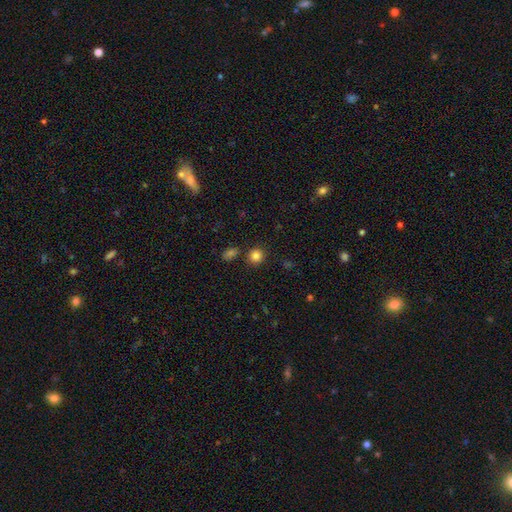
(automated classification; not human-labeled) Smooth or featured?
  - smooth: 84% *
  - star or artifact: 11%
  - featured or disk: 5%
How rounded?
  - round: 88% *
  - in between: 11%
  - cigar-shaped: 1%
Merging?
  - none: 83% *
  - minor disturbance: 8%
  - merger: 7%
  - major disturbance: 3%